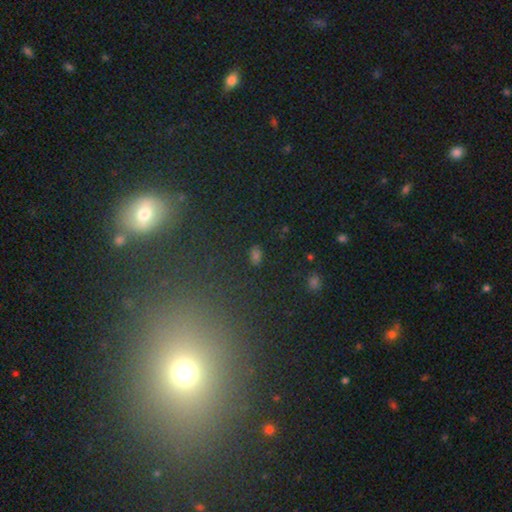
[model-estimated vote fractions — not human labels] smooth_or_featured: smooth (p=0.61) [alt: star or artifact p=0.31]
how_rounded: in between (p=0.77) [alt: round p=0.20]
merging: none (p=0.82) [alt: minor disturbance p=0.10]